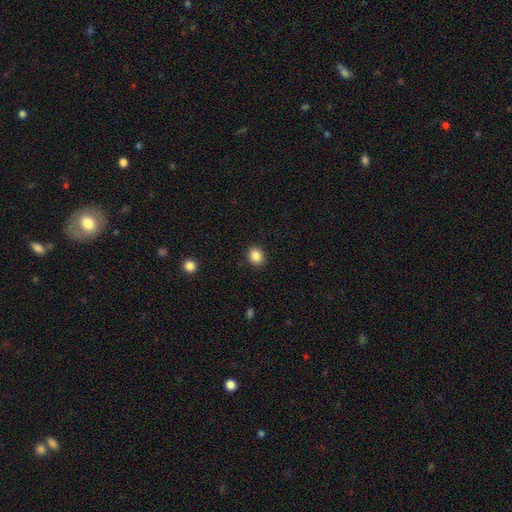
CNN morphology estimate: Smooth or featured? Predicted: smooth (p=0.86). How rounded? Predicted: round (p=0.62). Merging? Predicted: none (p=0.91).